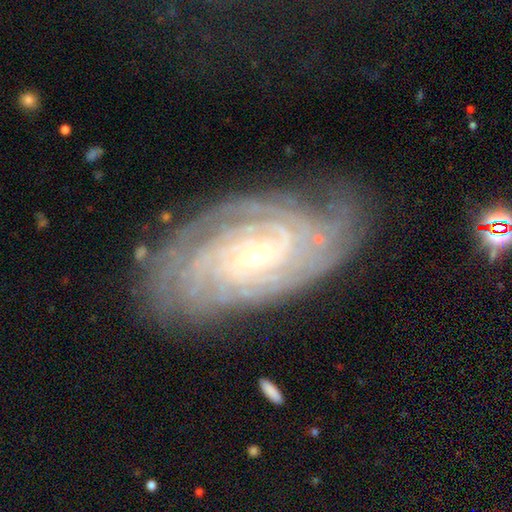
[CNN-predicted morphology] smooth_or_featured: featured or disk (p=0.88) [alt: smooth p=0.06]
disk_edge_on: no (p=0.95) [alt: yes p=0.05]
bar: no (p=0.53) [alt: weak p=0.35]
has_spiral_arms: yes (p=0.97) [alt: no p=0.03]
spiral_winding: tight (p=0.79) [alt: medium p=0.18]
spiral_arm_count: can't tell (p=0.29) [alt: 4 p=0.25]
bulge_size: small (p=0.77) [alt: moderate p=0.20]
merging: none (p=0.74) [alt: minor disturbance p=0.17]